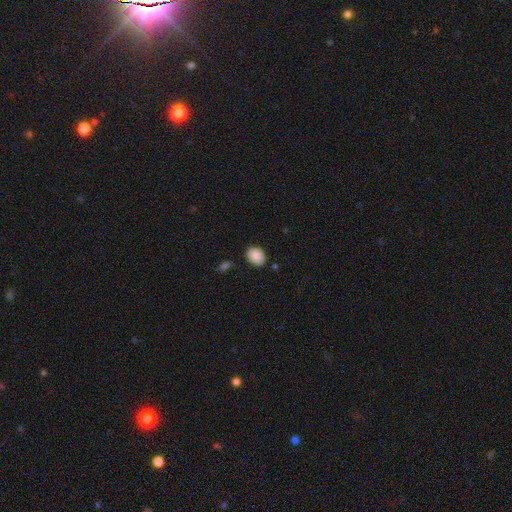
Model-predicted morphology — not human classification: Smooth or featured? Predicted: smooth (p=0.89). How rounded? Predicted: in between (p=0.63). Merging? Predicted: none (p=0.84).